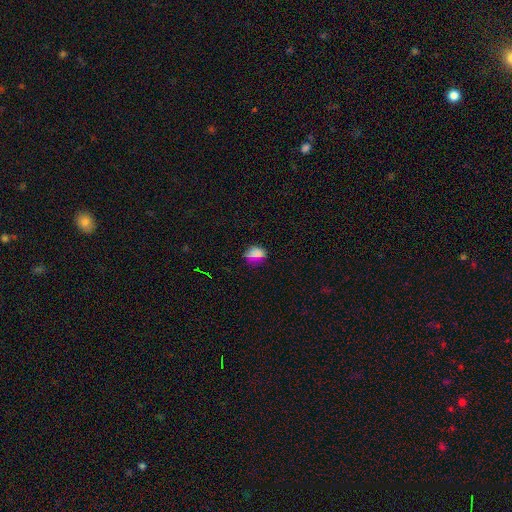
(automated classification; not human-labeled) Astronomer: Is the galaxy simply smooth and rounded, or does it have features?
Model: smooth — 74%.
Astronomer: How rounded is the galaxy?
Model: in between — 60% (runner-up: round, 37%).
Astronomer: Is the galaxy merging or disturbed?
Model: none — 64%.